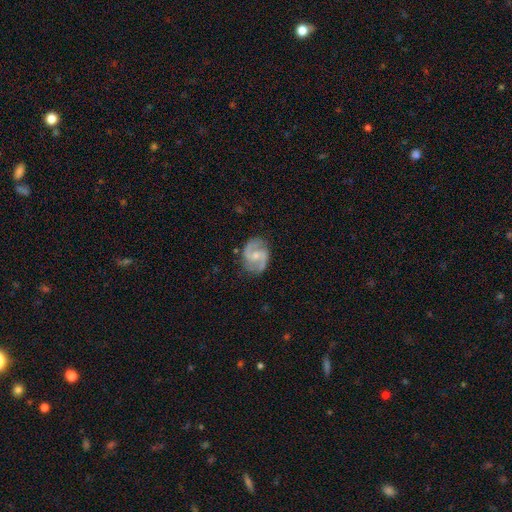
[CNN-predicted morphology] A featured or disk galaxy (87%) with a weak bar (46%), 2 (93%) medium (58%) spiral arms (97%) and a small central bulge (55%).

Vote fractions:
- Smooth or featured? featured or disk: 87% / smooth: 8% / star or artifact: 5%
- Edge-on disk? no: 98% / yes: 2%
- Bar? weak: 46% / no: 43% / strong: 11%
- Spiral arms? yes: 97% / no: 3%
- Spiral winding? medium: 58% / loose: 24% / tight: 18%
- Spiral arm count? 2: 93% / can't tell: 3% / 3: 1% / 1: 1% / 4: 1% / more than 4: 1%
- Bulge size? small: 55% / moderate: 38% / none: 5% / large: 1% / dominant: 1%
- Merging? none: 81% / minor disturbance: 14% / major disturbance: 4% / merger: 1%